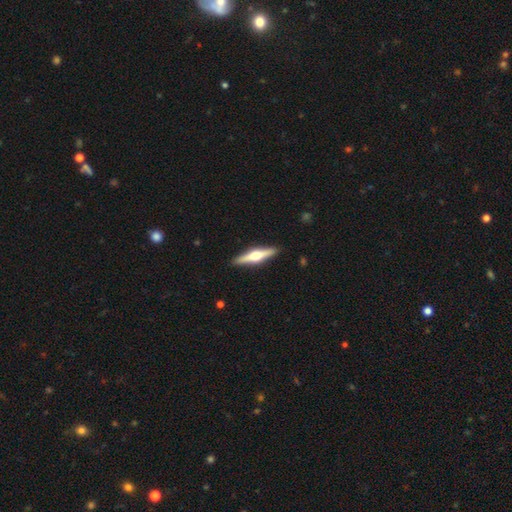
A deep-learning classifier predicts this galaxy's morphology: Overall: featured or disk (69%). Edge-on disk: yes (98%). Edge-on bulge: rounded (93%). Merging: none (91%).